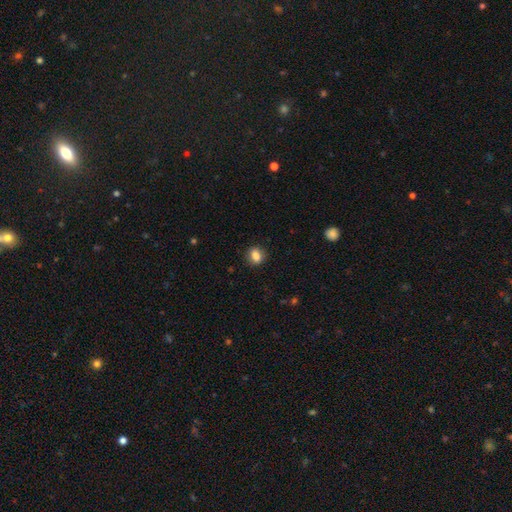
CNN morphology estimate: The model was most divided on "how rounded": round: 50%, in between: 49%, cigar-shaped: 2%. More confident: merging — none (87%); smooth or featured — smooth (85%).